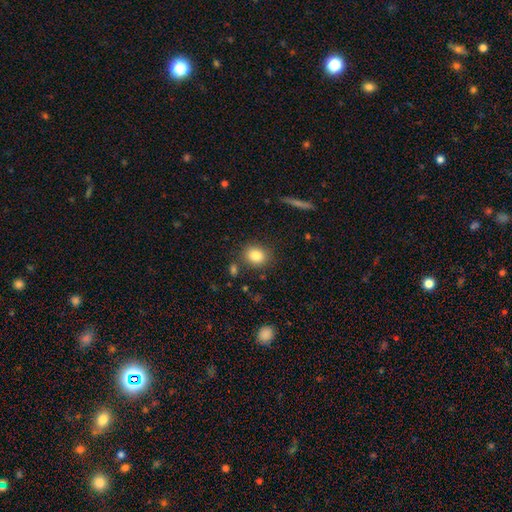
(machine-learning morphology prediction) A smooth galaxy with no disk features (83%) that is round (67%). Merging: none (84%).